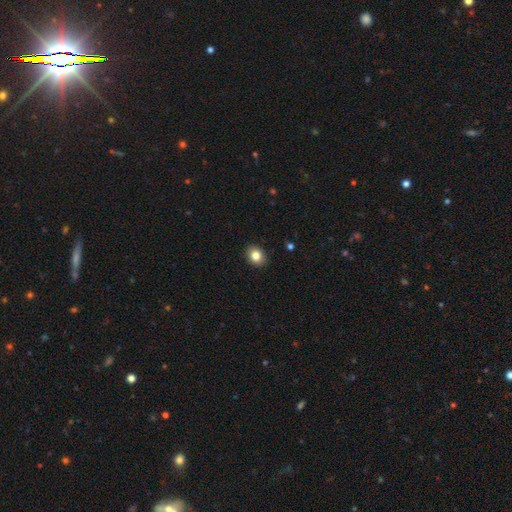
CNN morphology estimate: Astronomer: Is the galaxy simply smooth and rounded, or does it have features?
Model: smooth — 83%.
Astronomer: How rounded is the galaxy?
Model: round — 51% (runner-up: in between, 48%).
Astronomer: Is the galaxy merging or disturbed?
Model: none — 91%.